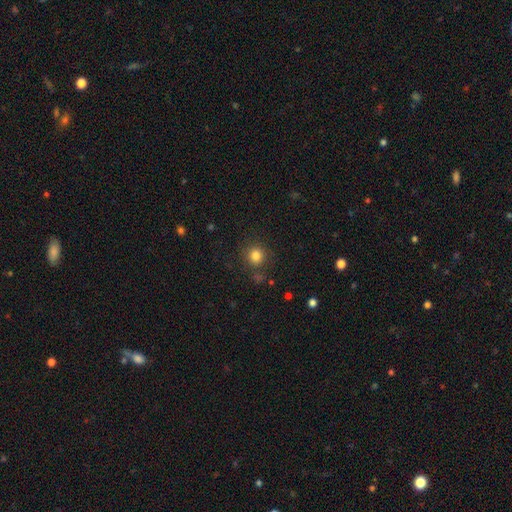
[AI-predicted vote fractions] A smooth galaxy with no disk features (81%) that is round (91%).

Vote fractions:
- Smooth or featured? smooth: 81% / star or artifact: 13% / featured or disk: 6%
- How rounded? round: 91% / in between: 8% / cigar-shaped: 1%
- Merging? none: 84% / minor disturbance: 9% / major disturbance: 3% / merger: 3%